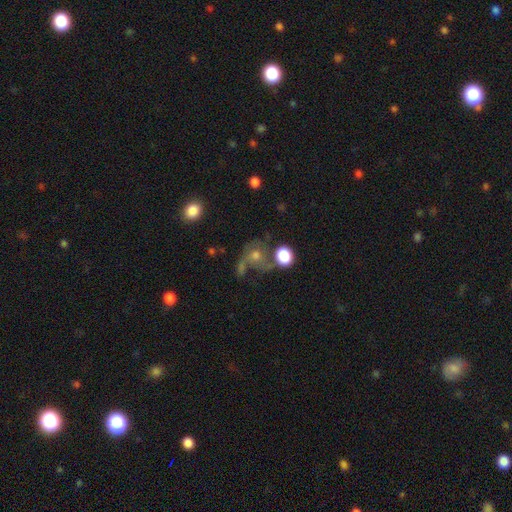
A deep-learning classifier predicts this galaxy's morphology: Smooth or featured? smooth (48%)
Merging? none (37%)